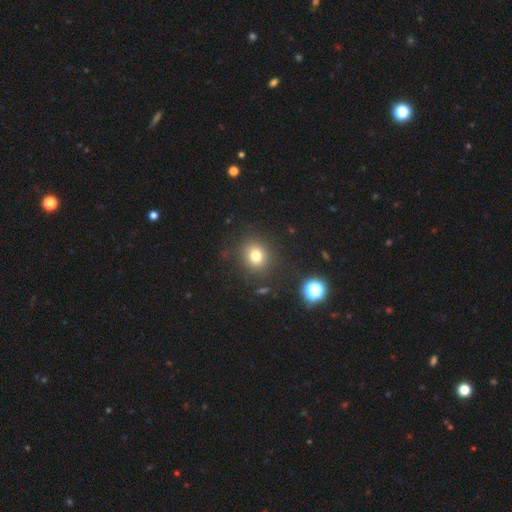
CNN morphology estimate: Smooth or featured? smooth (76%)
How rounded? round (78%)
Merging? none (86%)